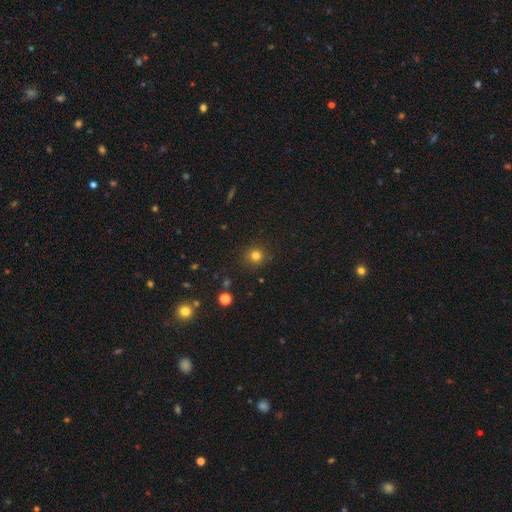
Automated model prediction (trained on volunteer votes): Overall: smooth (78%). How rounded: round (92%). Merging: none (88%).